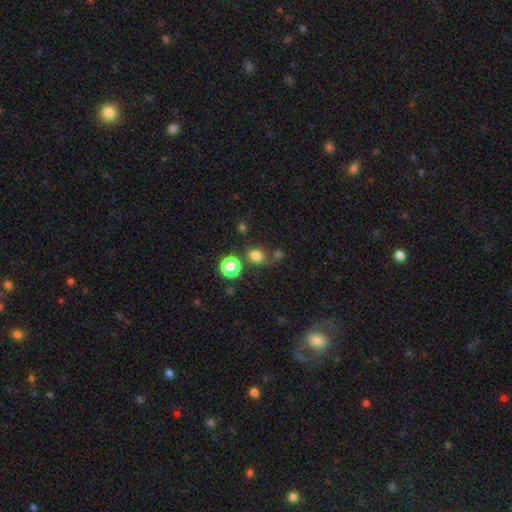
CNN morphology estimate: Smooth or featured?
  - smooth: 75% *
  - star or artifact: 19%
  - featured or disk: 6%
How rounded?
  - round: 63% *
  - in between: 36%
  - cigar-shaped: 1%
Merging?
  - none: 66% *
  - minor disturbance: 15%
  - merger: 13%
  - major disturbance: 6%